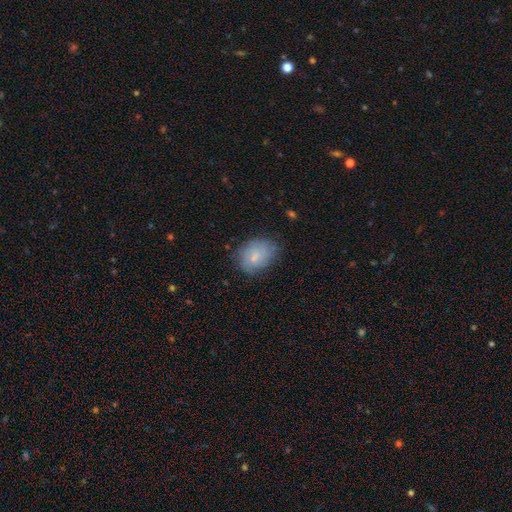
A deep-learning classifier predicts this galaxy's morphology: smooth-or-featured: smooth: 68% | featured or disk: 24% | star or artifact: 8%
  how-rounded: in between: 66% | round: 33% | cigar-shaped: 1%
  merging: none: 66% | minor disturbance: 26% | major disturbance: 6% | merger: 2%